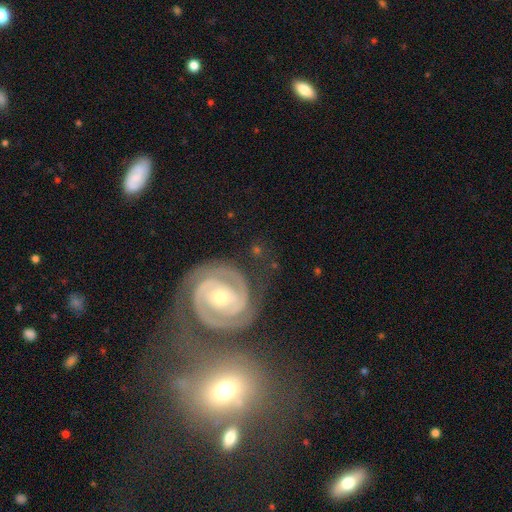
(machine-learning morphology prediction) A featured or disk galaxy (89%) with no bar (39%), 2 (81%) tight (76%) spiral arms (98%) and a moderate central bulge (55%).

Vote fractions:
- Smooth or featured? featured or disk: 89% / star or artifact: 6% / smooth: 5%
- Edge-on disk? no: 97% / yes: 3%
- Bar? no: 39% / weak: 35% / strong: 26%
- Spiral arms? yes: 98% / no: 2%
- Spiral winding? tight: 76% / medium: 21% / loose: 3%
- Spiral arm count? 2: 81% / 3: 9% / can't tell: 4% / 1: 2% / 4: 2% / more than 4: 2%
- Bulge size? moderate: 55% / small: 41% / large: 2% / none: 1% / dominant: 1%
- Merging? none: 69% / minor disturbance: 15% / merger: 9% / major disturbance: 7%